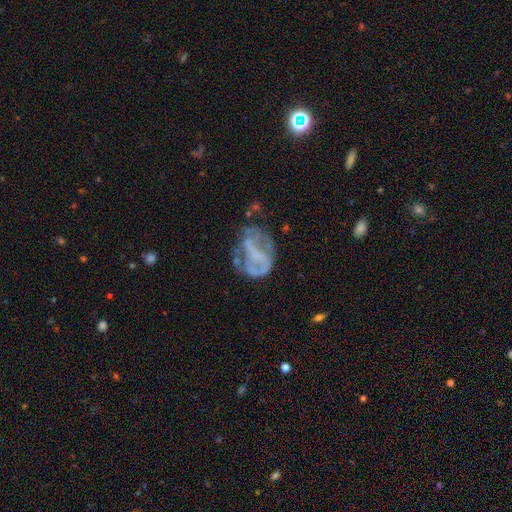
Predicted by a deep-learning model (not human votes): Smooth or featured?
  - featured or disk: 65% *
  - smooth: 23%
  - star or artifact: 13%
Edge-on disk?
  - no: 97% *
  - yes: 3%
Bar?
  - no: 53% *
  - weak: 26%
  - strong: 21%
Spiral arms?
  - no: 68% *
  - yes: 32%
Bulge size?
  - none: 69% *
  - small: 16%
  - moderate: 11%
  - large: 3%
  - dominant: 1%
Merging?
  - none: 37% *
  - major disturbance: 34%
  - minor disturbance: 23%
  - merger: 6%